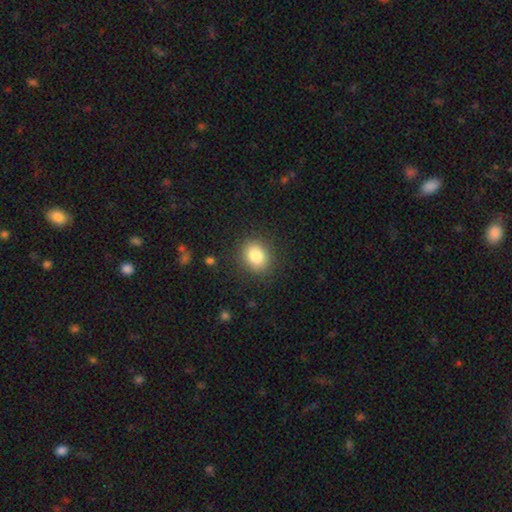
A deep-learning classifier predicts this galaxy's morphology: smooth-or-featured: smooth: 83% | star or artifact: 10% | featured or disk: 7%
  how-rounded: round: 56% | in between: 43% | cigar-shaped: 1%
  merging: none: 87% | minor disturbance: 9% | major disturbance: 3% | merger: 1%